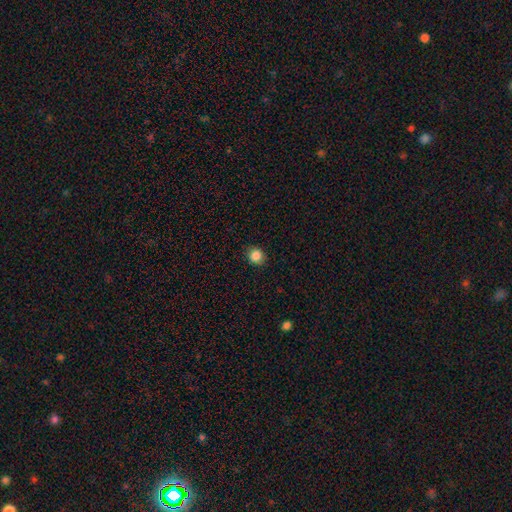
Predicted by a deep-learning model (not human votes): Morphology: type=smooth (86%); roundness=round (86%); merging=none (90%).